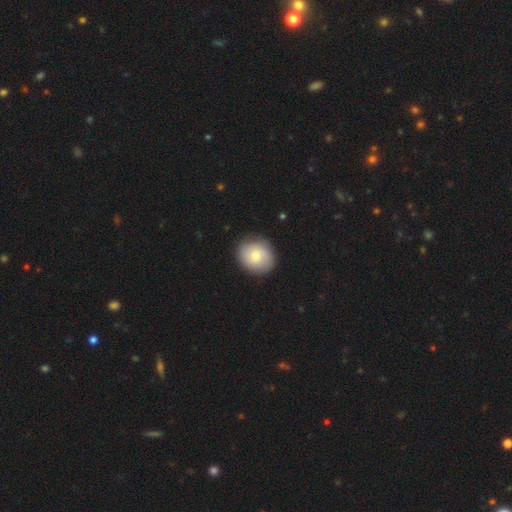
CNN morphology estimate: This is likely a smooth galaxy (74%). How rounded: likely round (79%). Merging: clearly none (88%).